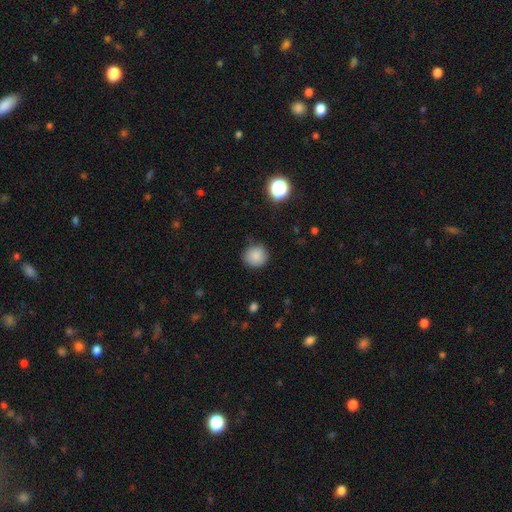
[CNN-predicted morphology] Smooth or featured?
  - smooth: 85% *
  - star or artifact: 11%
  - featured or disk: 4%
How rounded?
  - round: 90% *
  - in between: 9%
  - cigar-shaped: 1%
Merging?
  - none: 84% *
  - minor disturbance: 12%
  - major disturbance: 3%
  - merger: 1%